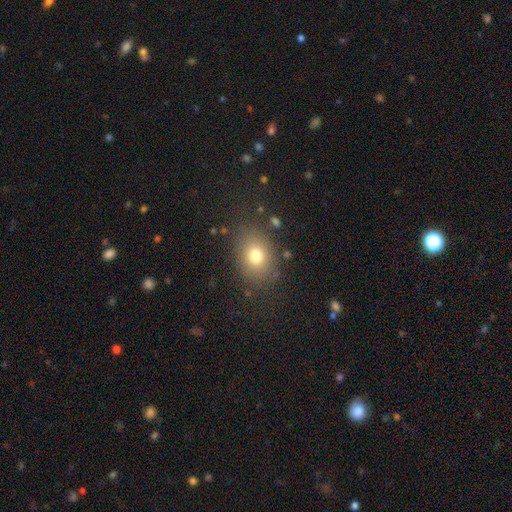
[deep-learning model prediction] This appears to be a smooth galaxy with no disk features (76%) that is in between round and cigar-shaped (57%). Merging: none (80%).